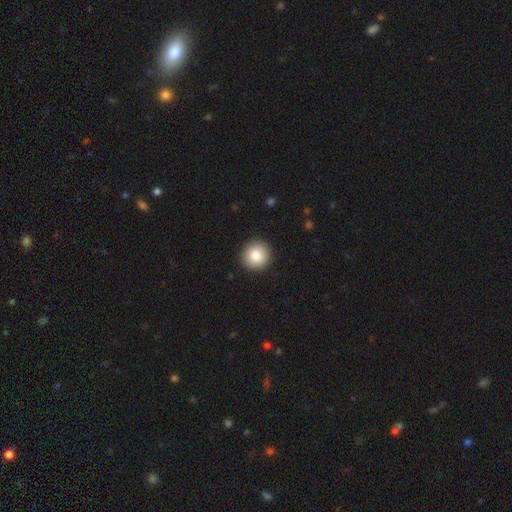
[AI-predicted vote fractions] smooth-or-featured: smooth: 84% | star or artifact: 9% | featured or disk: 7%
  how-rounded: round: 95% | in between: 4% | cigar-shaped: 1%
  merging: none: 92% | minor disturbance: 5% | major disturbance: 2% | merger: 1%